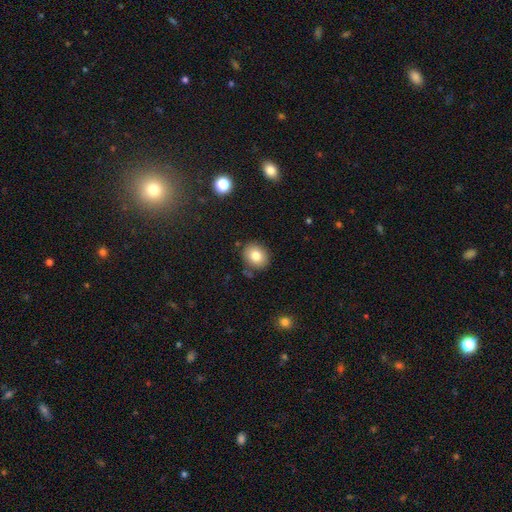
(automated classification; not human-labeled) Q: Smooth or featured?
A: smooth (80%); runner-up: featured or disk (10%)
Q: How rounded?
A: round (61%); runner-up: in between (38%)
Q: Merging?
A: none (82%); runner-up: minor disturbance (12%)